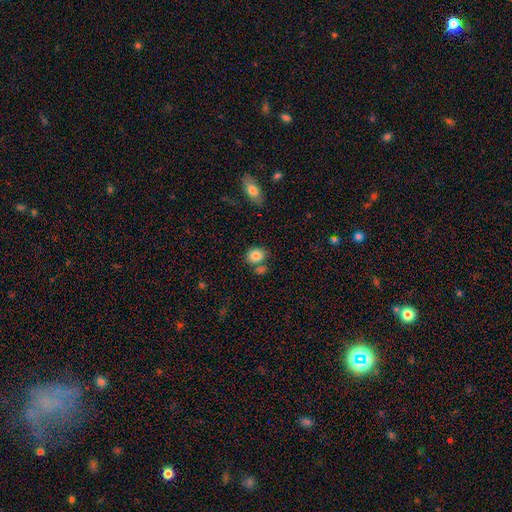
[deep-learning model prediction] Smooth or featured? Predicted: smooth (p=0.84). How rounded? Predicted: round (p=0.58). Merging? Predicted: none (p=0.64).